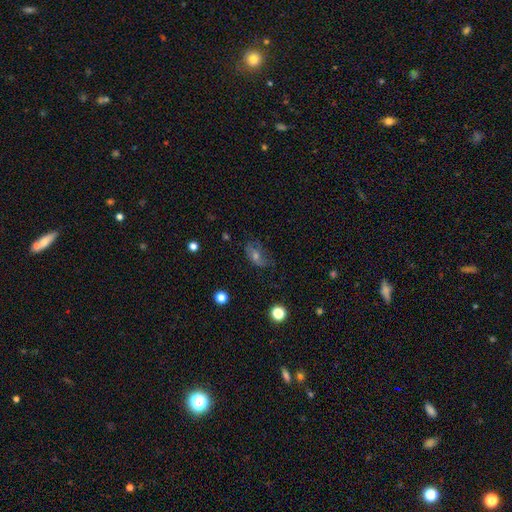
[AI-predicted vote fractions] Smooth or featured: smooth — 41% (featured or disk — 40%)
Merging: none — 56% (minor disturbance — 26%)